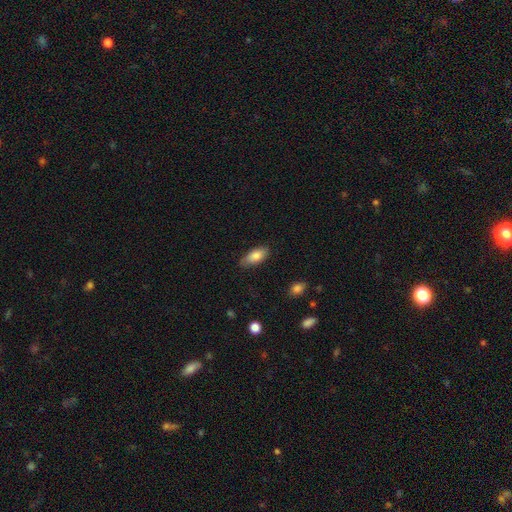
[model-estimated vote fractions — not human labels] Smooth or featured?
  - smooth: 84% *
  - featured or disk: 10%
  - star or artifact: 6%
How rounded?
  - in between: 86% *
  - cigar-shaped: 12%
  - round: 2%
Merging?
  - none: 78% *
  - minor disturbance: 18%
  - major disturbance: 3%
  - merger: 1%